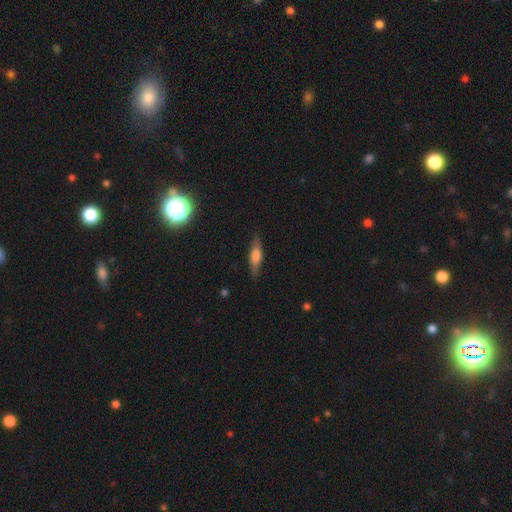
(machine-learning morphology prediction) Q: Smooth or featured?
A: smooth (52%); runner-up: featured or disk (41%)
Q: How rounded?
A: cigar-shaped (61%); runner-up: in between (36%)
Q: Merging?
A: none (83%); runner-up: minor disturbance (13%)